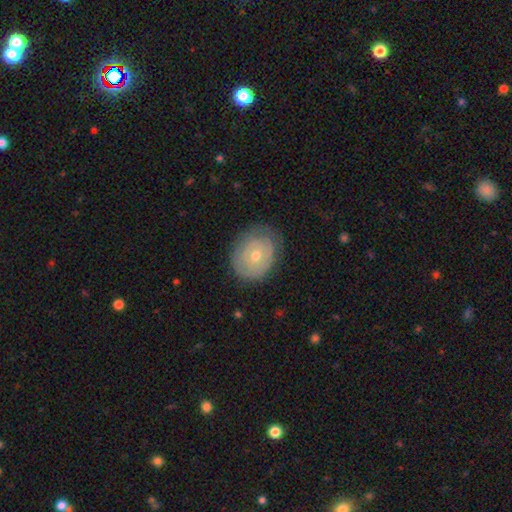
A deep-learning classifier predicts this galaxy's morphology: smooth-or-featured: featured or disk: 56% | smooth: 37% | star or artifact: 7%
  disk-edge-on: no: 96% | yes: 4%
    bar: no: 84% | weak: 13% | strong: 3%
    has-spiral-arms: yes: 52% | no: 48%
    bulge-size: moderate: 53% | small: 44% | large: 2% | none: 1% | dominant: 1%
  merging: none: 71% | minor disturbance: 21% | major disturbance: 7% | merger: 1%